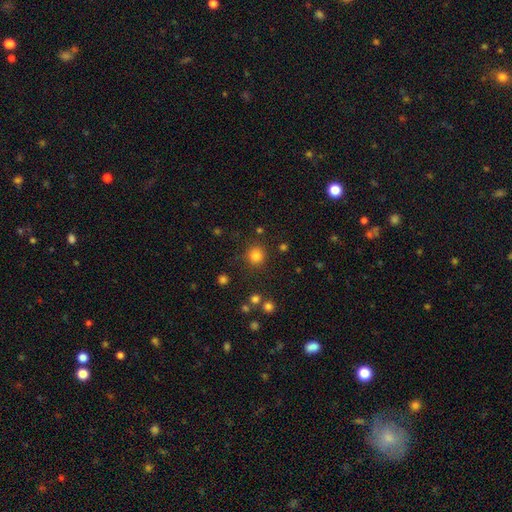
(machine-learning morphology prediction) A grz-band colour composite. It shows a smooth galaxy with no disk features (82%) that is round (92%). Merging: none (86%).